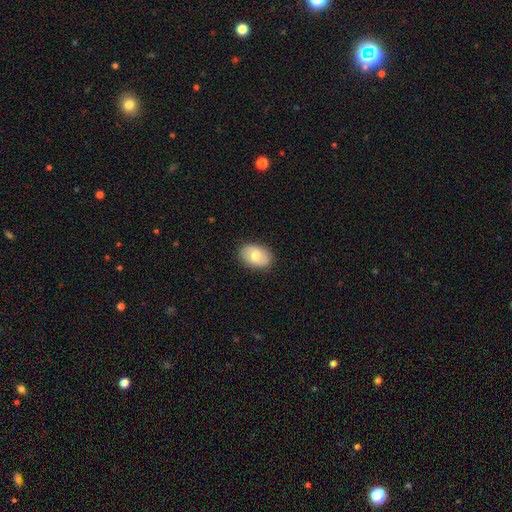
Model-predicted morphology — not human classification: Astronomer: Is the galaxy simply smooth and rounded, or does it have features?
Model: smooth — 71%.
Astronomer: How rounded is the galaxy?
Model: in between — 85%.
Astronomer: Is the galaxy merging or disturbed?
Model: none — 86%.